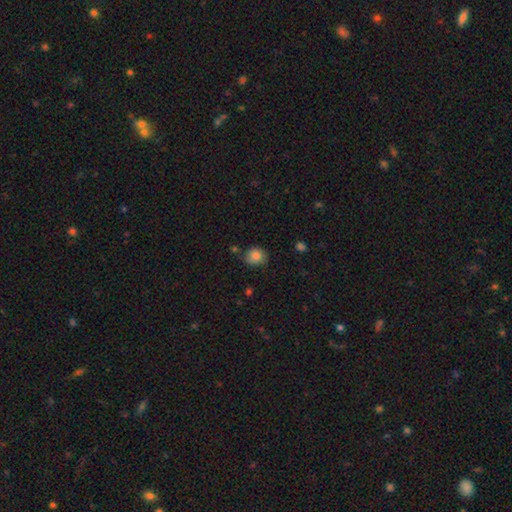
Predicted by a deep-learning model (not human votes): smooth-or-featured: smooth: 83% | star or artifact: 10% | featured or disk: 6%
  how-rounded: round: 76% | in between: 24% | cigar-shaped: 1%
  merging: none: 73% | minor disturbance: 20% | merger: 4% | major disturbance: 4%